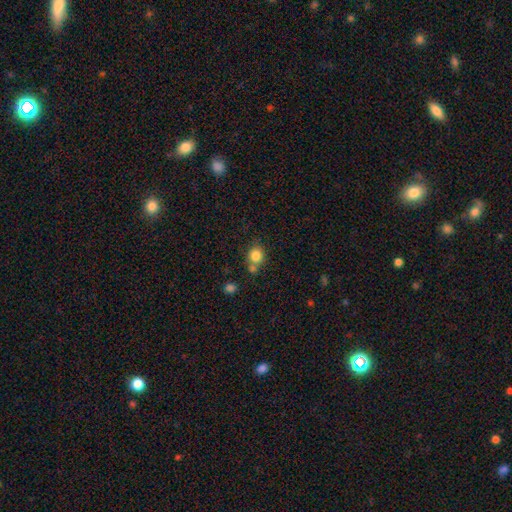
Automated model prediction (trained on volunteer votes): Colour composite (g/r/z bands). It shows a smooth galaxy with no disk features (83%) that is round (76%). Merging: none (60%).